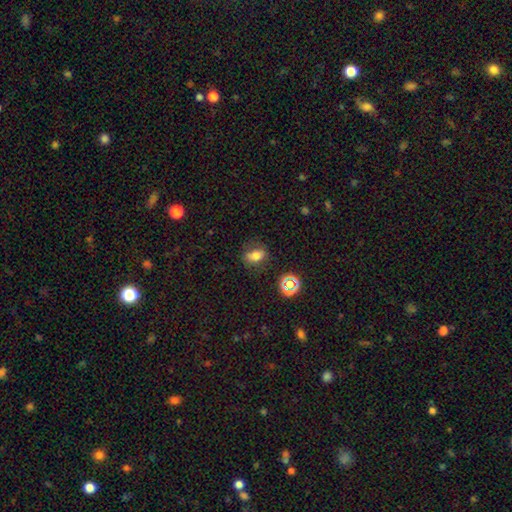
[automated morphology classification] Smooth or featured? Predicted: smooth (p=0.67). How rounded? Predicted: in between (p=0.72). Merging? Predicted: none (p=0.77).